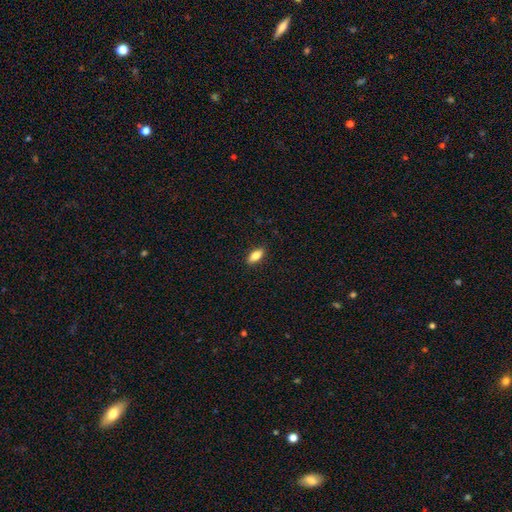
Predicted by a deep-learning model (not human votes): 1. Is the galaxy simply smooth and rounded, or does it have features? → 82% smooth, 11% featured or disk, 7% star or artifact.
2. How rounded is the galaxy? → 84% in between, 13% cigar-shaped, 3% round.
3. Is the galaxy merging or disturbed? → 89% none, 8% minor disturbance, 2% major disturbance, 1% merger.